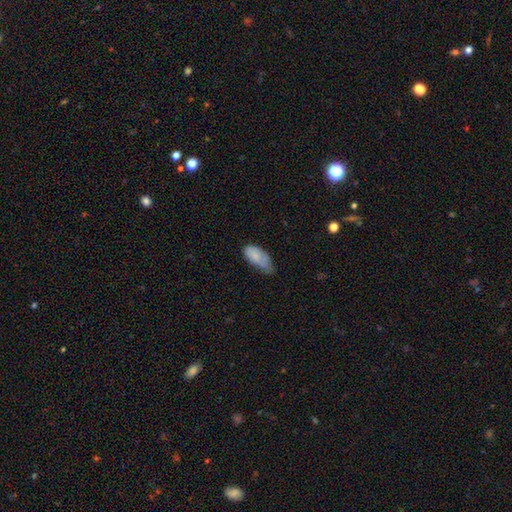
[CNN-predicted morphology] Overall: smooth (80%). How rounded: in between (90%). Merging: minor disturbance (51%; none 31%).